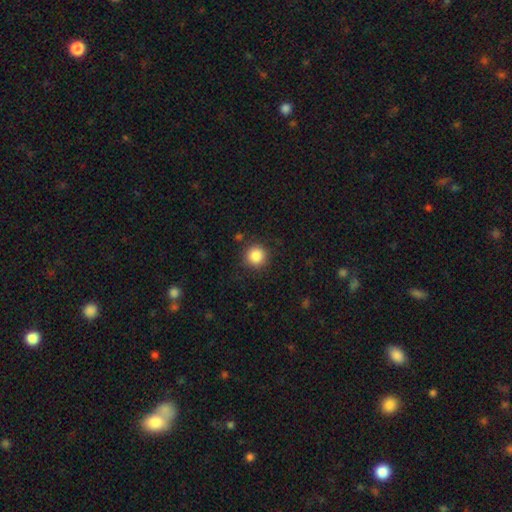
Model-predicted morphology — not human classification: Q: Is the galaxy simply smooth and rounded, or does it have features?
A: smooth — 86%.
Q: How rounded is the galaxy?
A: round — 95%.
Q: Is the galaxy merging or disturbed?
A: none — 89%.